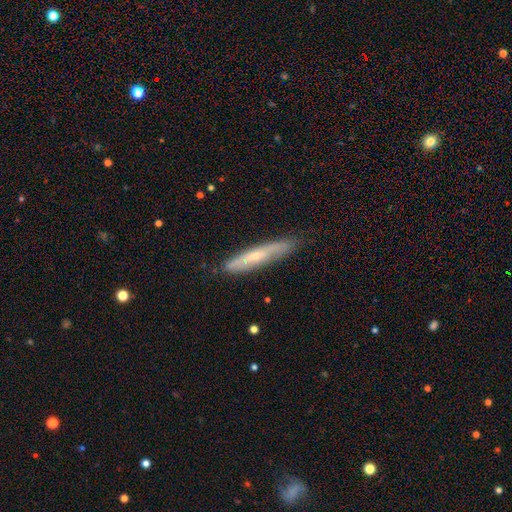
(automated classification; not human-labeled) The model was most divided on "smooth or featured": featured or disk: 49%, smooth: 44%, star or artifact: 7%. More confident: merging — none (76%).